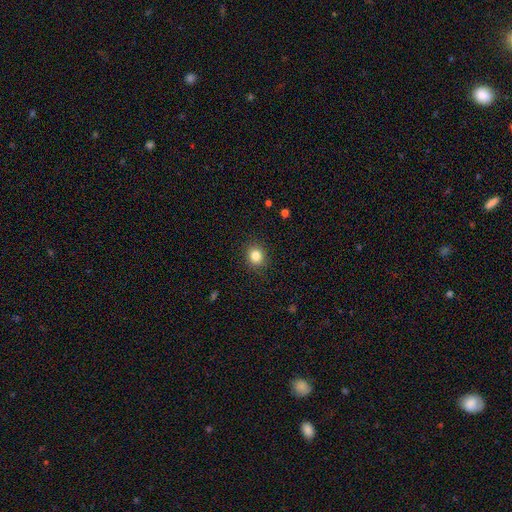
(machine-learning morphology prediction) Smooth or featured? smooth (84%)
How rounded? round (77%)
Merging? none (89%)